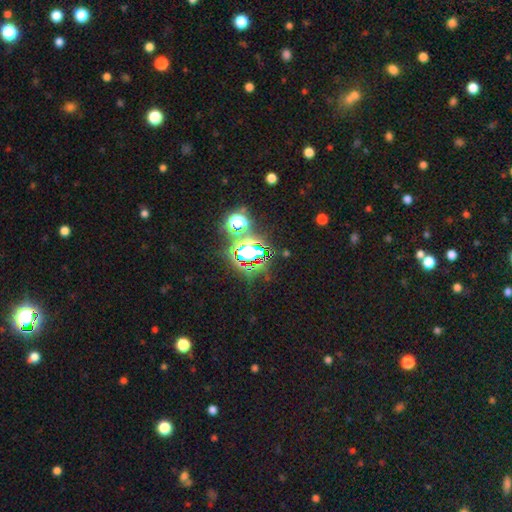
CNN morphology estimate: This is likely a star or artifact rather than a galaxy (79%).